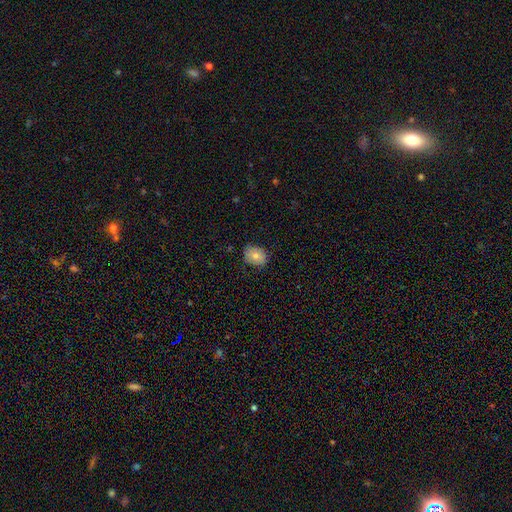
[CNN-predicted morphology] smooth-or-featured: smooth: 76% | featured or disk: 16% | star or artifact: 8%
  how-rounded: in between: 54% | round: 45% | cigar-shaped: 1%
  merging: none: 76% | minor disturbance: 20% | major disturbance: 3% | merger: 1%